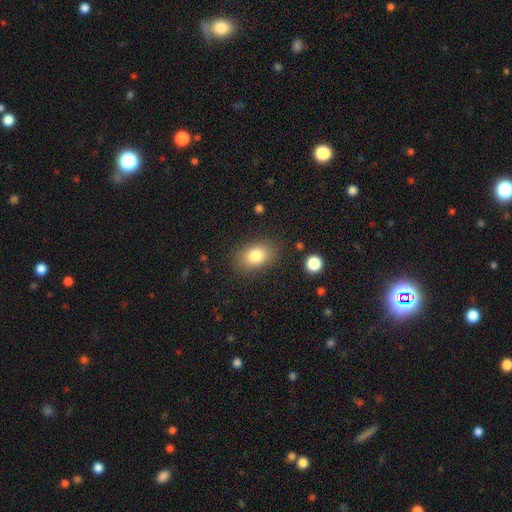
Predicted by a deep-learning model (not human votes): A smooth galaxy with no disk features (83%) that is in between round and cigar-shaped (82%).

Vote fractions:
- Smooth or featured? smooth: 83% / featured or disk: 9% / star or artifact: 9%
- How rounded? in between: 82% / round: 17% / cigar-shaped: 1%
- Merging? none: 84% / minor disturbance: 11% / major disturbance: 4% / merger: 2%